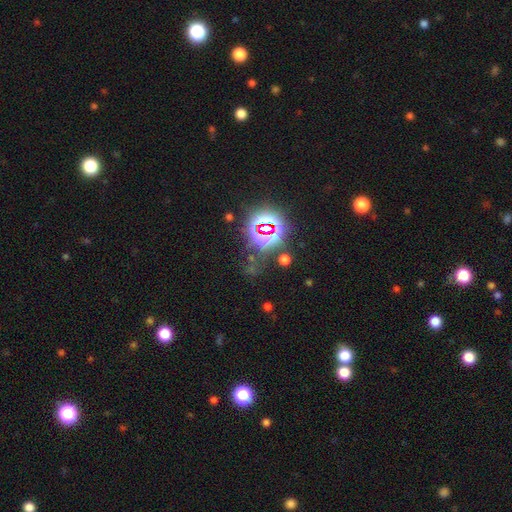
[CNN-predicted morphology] The model was most divided on "smooth or featured": star or artifact: 81%, smooth: 12%, featured or disk: 8%.